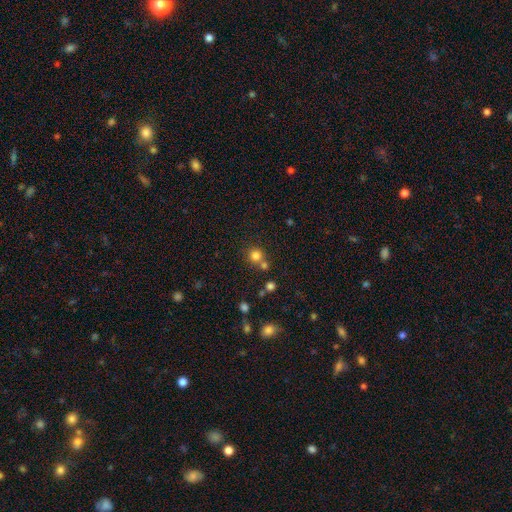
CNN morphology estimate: Overall: smooth (79%). How rounded: round (92%). Merging: none (63%; merger 27%).